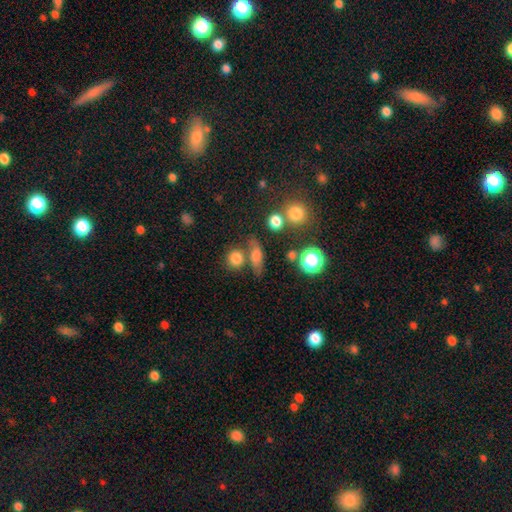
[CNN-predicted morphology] smooth-or-featured: smooth: 64% | featured or disk: 21% | star or artifact: 15%
  how-rounded: in between: 50% | round: 25% | cigar-shaped: 25%
  merging: none: 61% | merger: 17% | minor disturbance: 15% | major disturbance: 7%